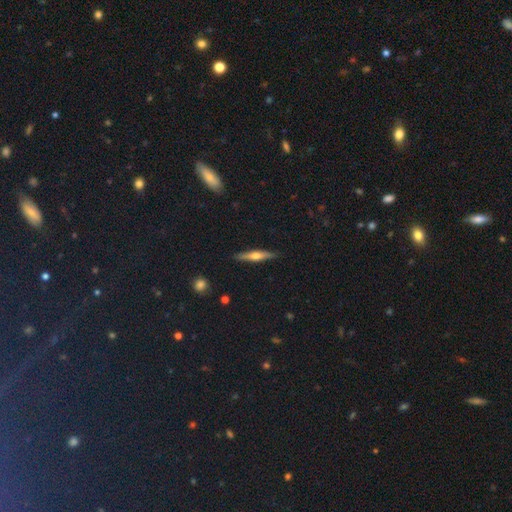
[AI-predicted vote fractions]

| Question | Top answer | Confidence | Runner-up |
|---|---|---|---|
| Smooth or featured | featured or disk | 61% | smooth (33%) |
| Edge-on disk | yes | 96% | no (4%) |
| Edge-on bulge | rounded | 87% | none (6%) |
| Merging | none | 89% | minor disturbance (8%) |